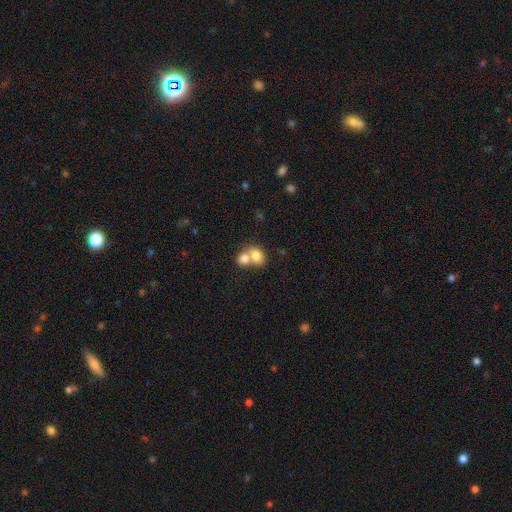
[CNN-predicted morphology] smooth-or-featured: smooth: 77% | featured or disk: 14% | star or artifact: 9%
  how-rounded: in between: 50% | round: 49% | cigar-shaped: 1%
  merging: merger: 68% | none: 24% | minor disturbance: 5% | major disturbance: 3%